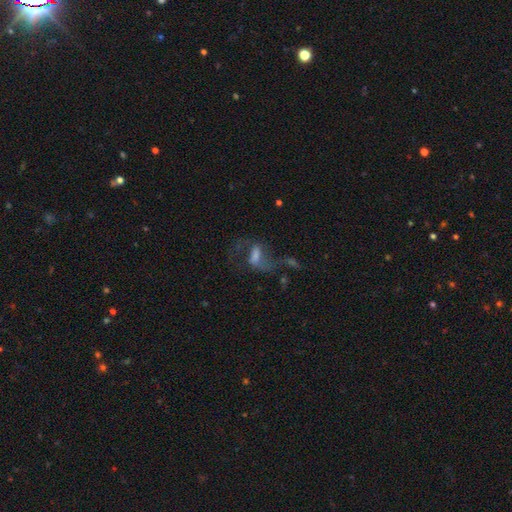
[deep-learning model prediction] A featured or disk galaxy (64%) with a weak bar (46%), spiral arms (82%) and a moderate central bulge (32%). Merging: none (47%).